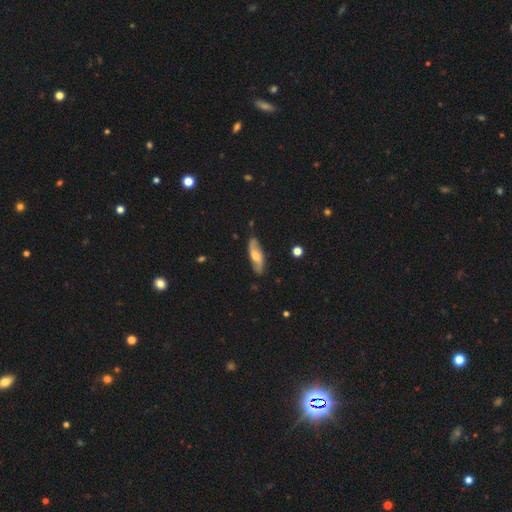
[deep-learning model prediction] Overall: featured or disk (53%; smooth 41%). Edge-on disk: no (75%). Merging: none (84%).